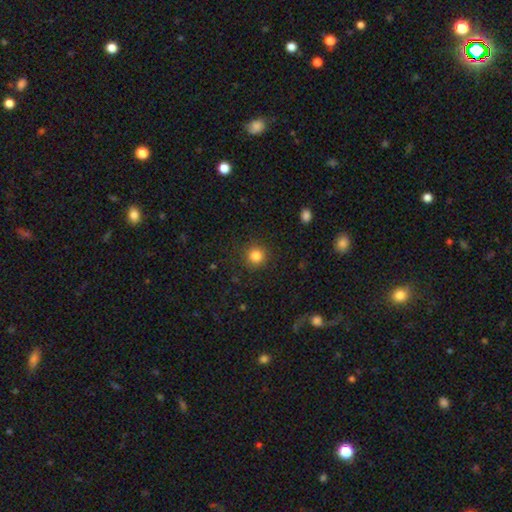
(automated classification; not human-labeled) smooth_or_featured: smooth (p=0.83) [alt: star or artifact p=0.11]
how_rounded: round (p=0.93) [alt: in between p=0.06]
merging: none (p=0.89) [alt: minor disturbance p=0.07]